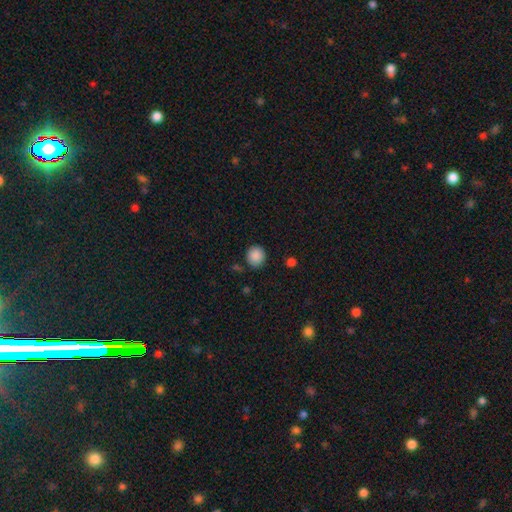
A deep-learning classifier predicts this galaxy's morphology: Smooth or featured? Predicted: smooth (p=0.88). How rounded? Predicted: round (p=0.90). Merging? Predicted: none (p=0.85).